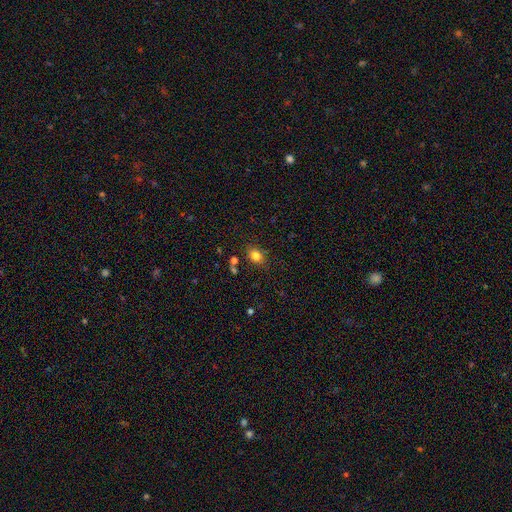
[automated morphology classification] Smooth or featured? smooth (81%)
How rounded? in between (61%)
Merging? none (79%)